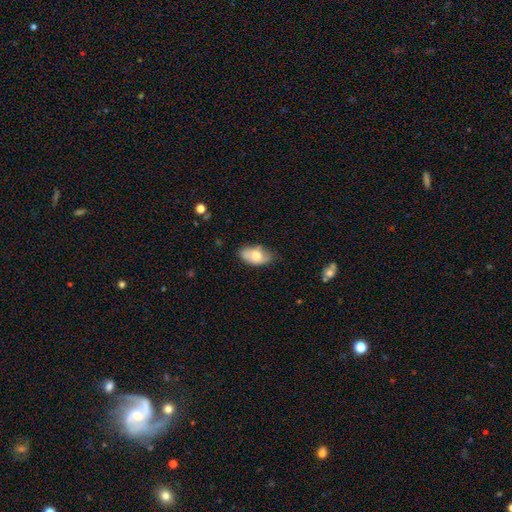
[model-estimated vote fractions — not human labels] The model was most divided on "merging": none: 67%, minor disturbance: 26%, major disturbance: 5%, merger: 3%. More confident: how rounded — in between (93%); smooth or featured — smooth (73%).